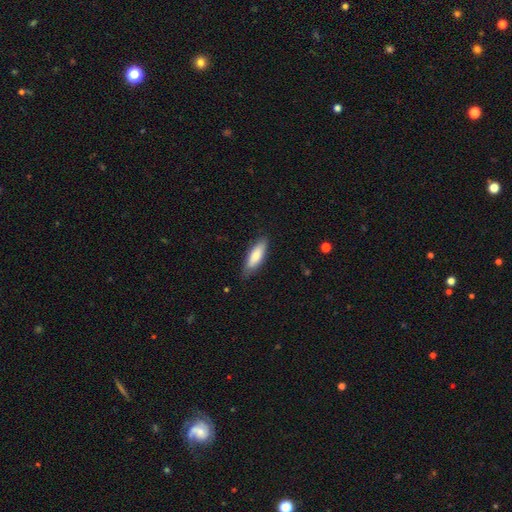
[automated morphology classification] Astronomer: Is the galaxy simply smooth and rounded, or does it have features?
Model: smooth — 80%.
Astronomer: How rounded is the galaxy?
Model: in between — 52% (runner-up: cigar-shaped, 46%).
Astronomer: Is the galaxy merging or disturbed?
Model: none — 82%.